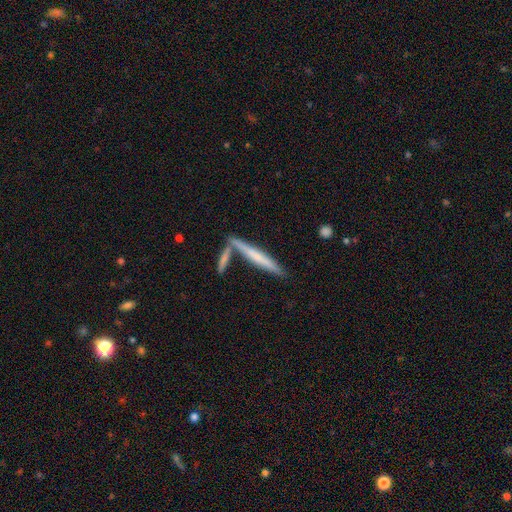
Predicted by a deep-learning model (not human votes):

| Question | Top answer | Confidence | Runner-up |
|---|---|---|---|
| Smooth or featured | smooth | 52% | featured or disk (42%) |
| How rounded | cigar-shaped | 94% | in between (5%) |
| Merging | none | 68% | merger (19%) |